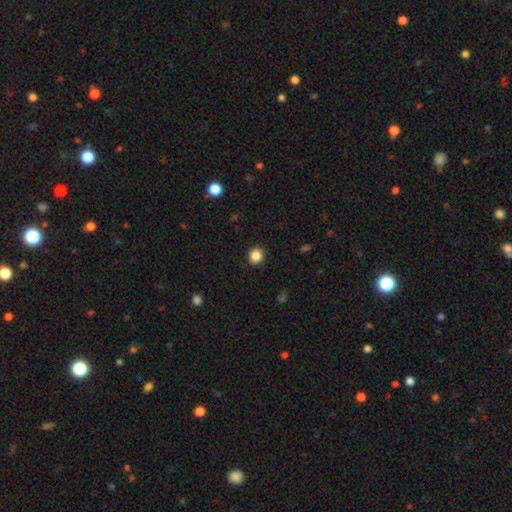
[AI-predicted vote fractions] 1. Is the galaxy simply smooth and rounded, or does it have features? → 86% smooth, 11% star or artifact, 4% featured or disk.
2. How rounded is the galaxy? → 90% round, 10% in between, 1% cigar-shaped.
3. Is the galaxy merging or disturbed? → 91% none, 6% minor disturbance, 2% major disturbance, 1% merger.